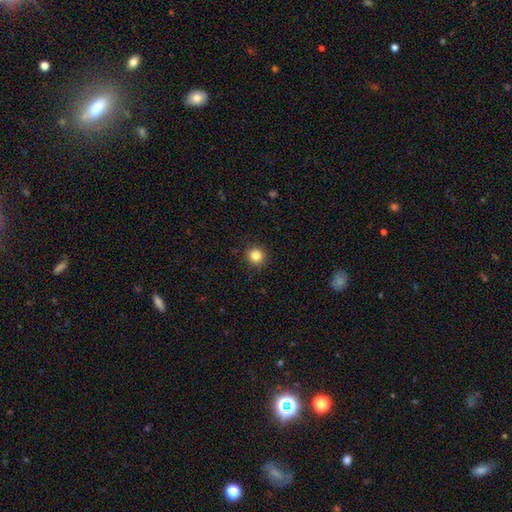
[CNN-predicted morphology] smooth_or_featured: smooth (p=0.84) [alt: star or artifact p=0.12]
how_rounded: round (p=0.94) [alt: in between p=0.05]
merging: none (p=0.92) [alt: minor disturbance p=0.05]